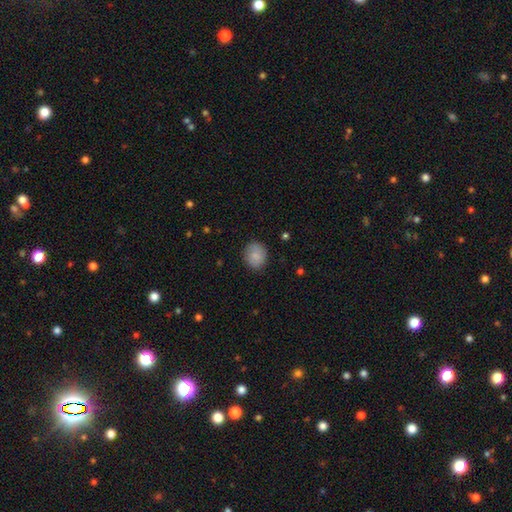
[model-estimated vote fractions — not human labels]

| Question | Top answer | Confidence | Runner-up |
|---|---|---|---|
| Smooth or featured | smooth | 79% | featured or disk (13%) |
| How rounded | round | 75% | in between (24%) |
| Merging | none | 78% | minor disturbance (16%) |